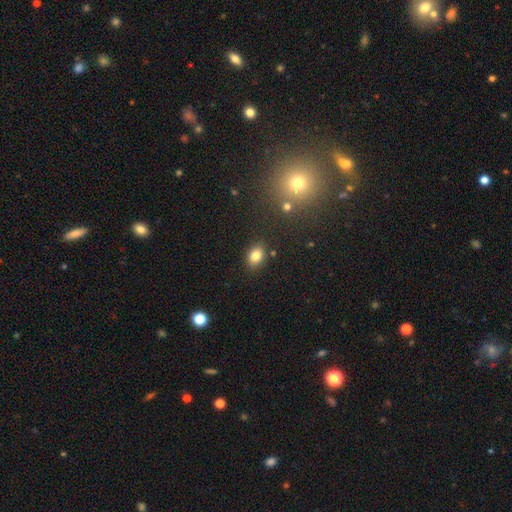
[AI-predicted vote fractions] Overall: smooth (82%). How rounded: in between (71%). Merging: none (84%).